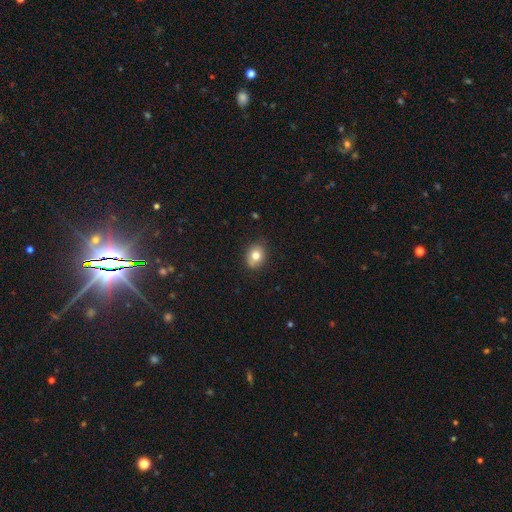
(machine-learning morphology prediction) This is likely a smooth galaxy (79%). How rounded: possibly round (51%). Merging: clearly none (80%).